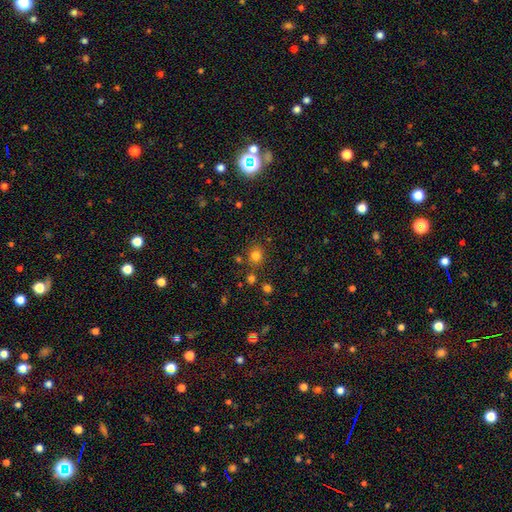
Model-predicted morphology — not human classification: smooth_or_featured: smooth (p=0.79) [alt: star or artifact p=0.16]
how_rounded: round (p=0.81) [alt: in between p=0.18]
merging: none (p=0.79) [alt: minor disturbance p=0.10]